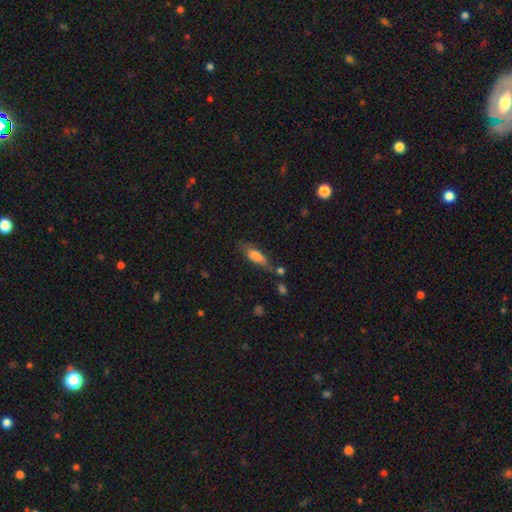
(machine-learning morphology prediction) Smooth or featured? Predicted: smooth (p=0.72). How rounded? Predicted: in between (p=0.56). Merging? Predicted: none (p=0.53).